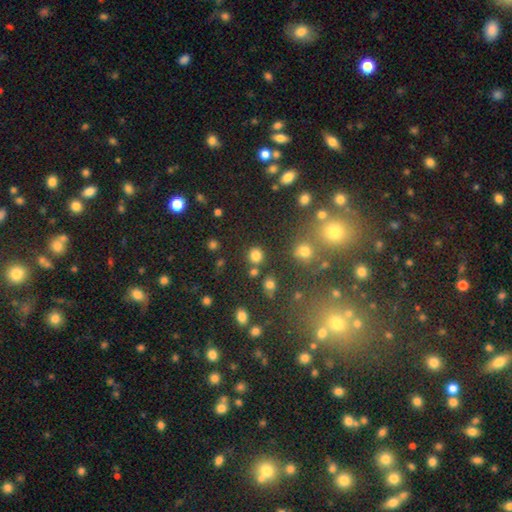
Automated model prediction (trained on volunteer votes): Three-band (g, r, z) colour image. It shows a smooth galaxy with no disk features (79%) that is round (86%). Merging: none (81%).